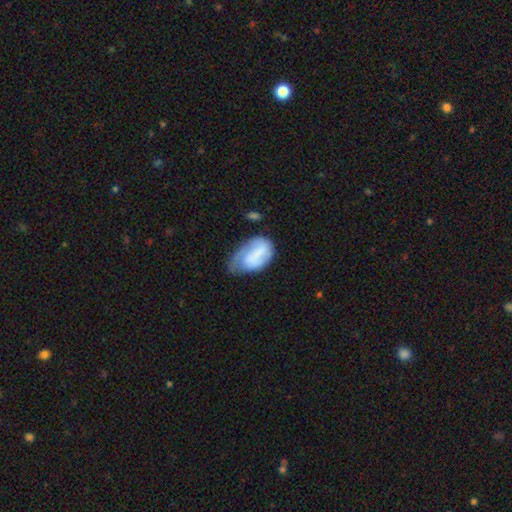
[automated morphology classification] Smooth or featured: smooth — 60% (featured or disk — 33%)
How rounded: in between — 89% (round — 10%)
Merging: minor disturbance — 42% (none — 29%)